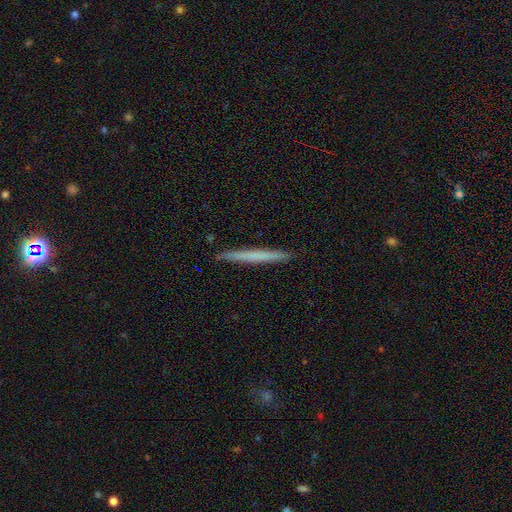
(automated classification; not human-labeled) Morphology: type=smooth (58%); roundness=cigar-shaped (97%); merging=none (92%).